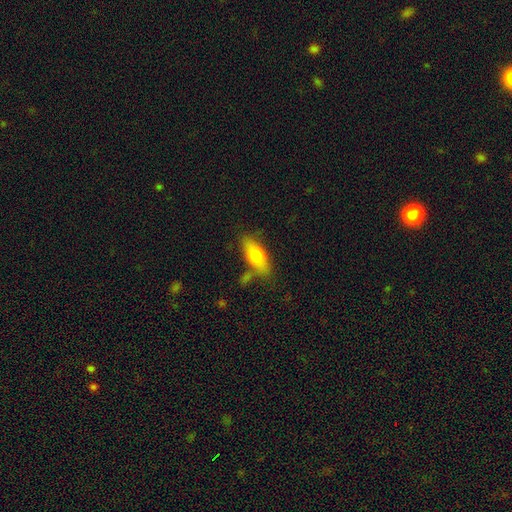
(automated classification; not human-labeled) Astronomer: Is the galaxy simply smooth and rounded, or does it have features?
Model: smooth — 70%.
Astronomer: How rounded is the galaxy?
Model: in between — 73%.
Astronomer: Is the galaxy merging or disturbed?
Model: none — 71%.